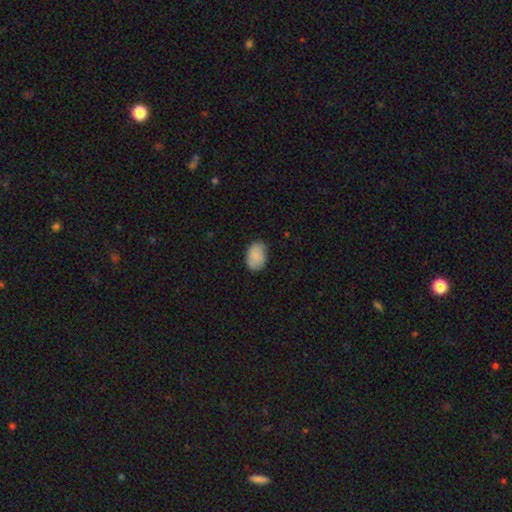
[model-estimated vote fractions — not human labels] Smooth or featured? Predicted: smooth (p=0.87). How rounded? Predicted: in between (p=0.82). Merging? Predicted: none (p=0.78).